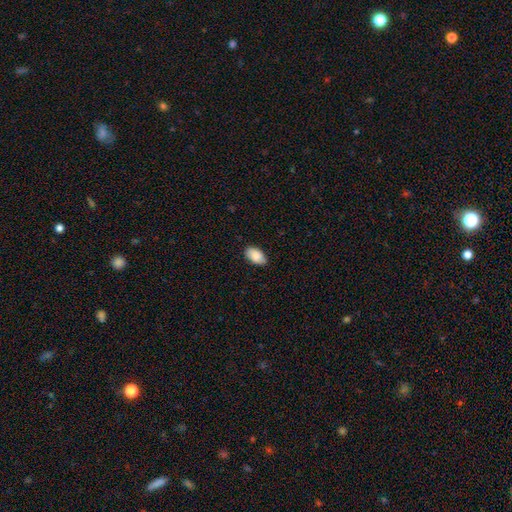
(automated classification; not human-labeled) Smooth or featured?
  - smooth: 87% *
  - featured or disk: 7%
  - star or artifact: 6%
How rounded?
  - in between: 94% *
  - round: 5%
  - cigar-shaped: 1%
Merging?
  - none: 86% *
  - minor disturbance: 11%
  - major disturbance: 2%
  - merger: 1%